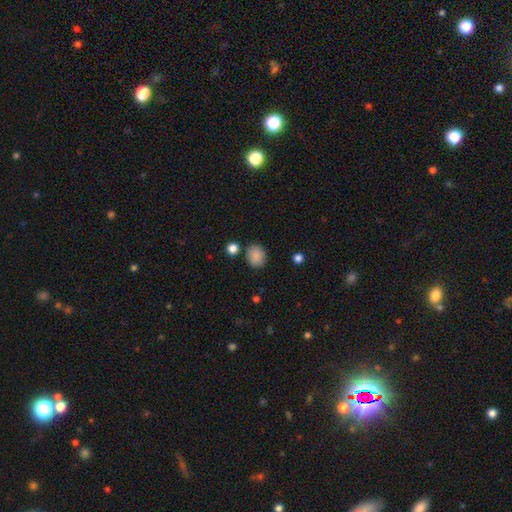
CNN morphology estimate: smooth_or_featured: smooth (p=0.87) [alt: star or artifact p=0.09]
how_rounded: round (p=0.55) [alt: in between p=0.44]
merging: none (p=0.82) [alt: minor disturbance p=0.10]